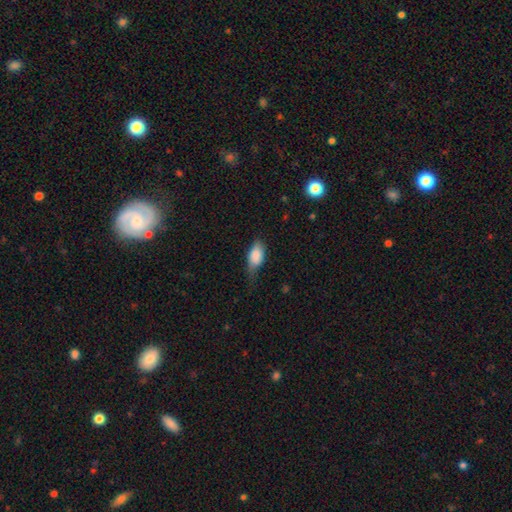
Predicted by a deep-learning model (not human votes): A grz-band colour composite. It shows a smooth galaxy with no disk features (83%) that is in between round and cigar-shaped (89%). Merging: none (45%).